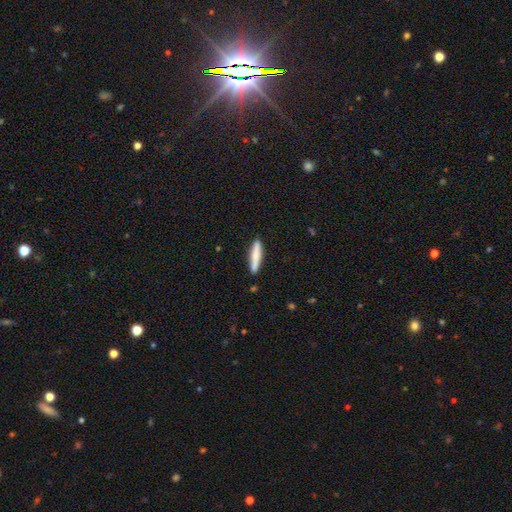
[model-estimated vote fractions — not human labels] This appears to be a smooth galaxy with no disk features (69%) that is cigar-shaped (88%). Merging: none (88%).